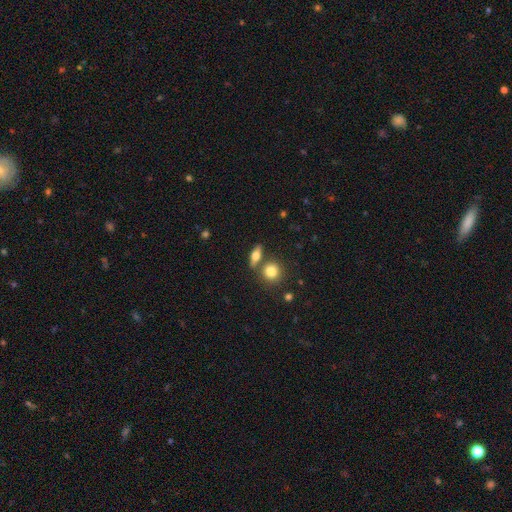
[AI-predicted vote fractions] Smooth or featured: smooth — 53% (featured or disk — 38%)
How rounded: in between — 51% (cigar-shaped — 26%)
Merging: none — 71% (merger — 15%)